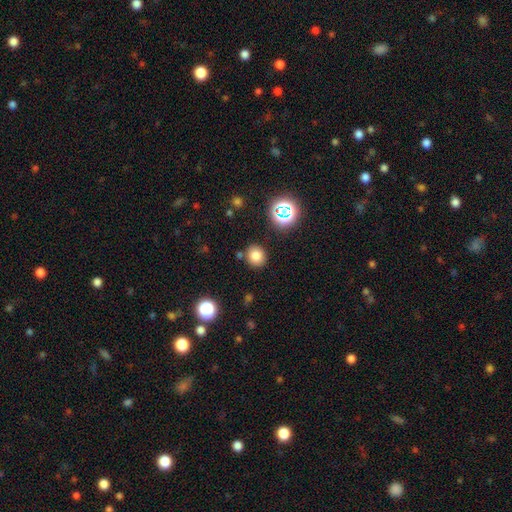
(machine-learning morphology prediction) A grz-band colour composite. It shows a smooth galaxy with no disk features (76%) that is round (83%). Merging: none (83%).